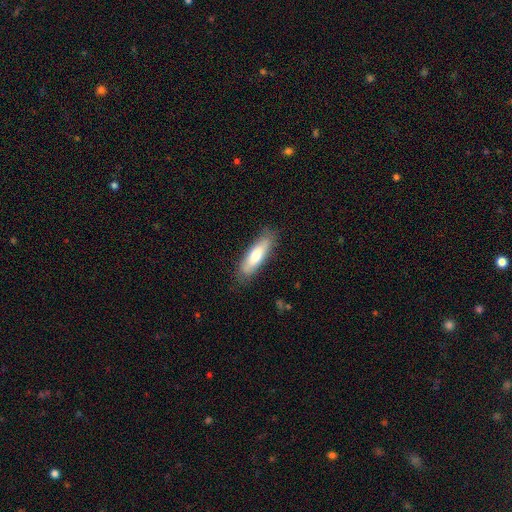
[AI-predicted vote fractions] A smooth galaxy with no disk features (70%) that is cigar-shaped (60%). Merging: none (83%).